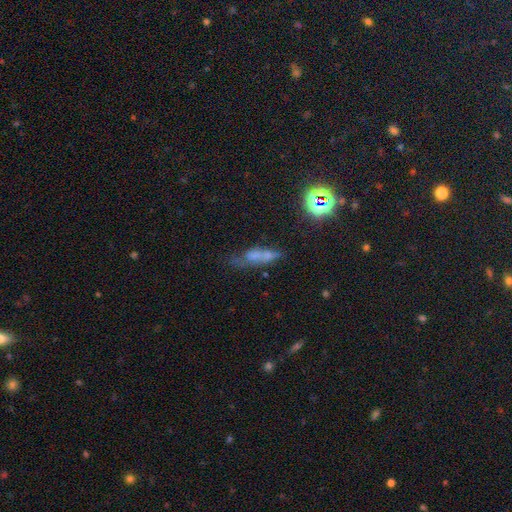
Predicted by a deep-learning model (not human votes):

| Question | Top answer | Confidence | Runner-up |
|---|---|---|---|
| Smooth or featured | smooth | 39% | featured or disk (32%) |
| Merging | none | 48% | minor disturbance (24%) |